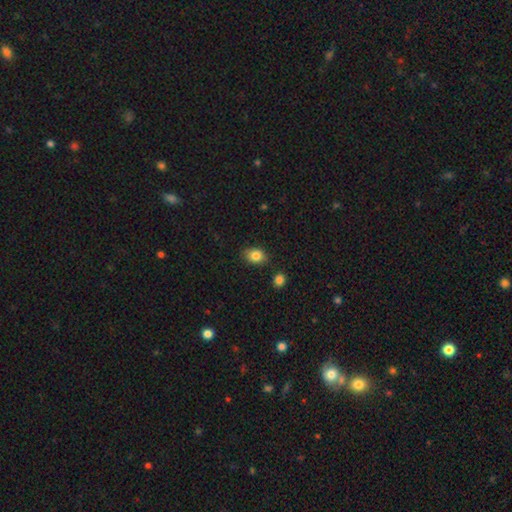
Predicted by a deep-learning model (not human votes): smooth-or-featured: smooth: 83% | star or artifact: 10% | featured or disk: 7%
  how-rounded: in between: 60% | round: 39% | cigar-shaped: 1%
  merging: none: 82% | minor disturbance: 12% | merger: 3% | major disturbance: 2%